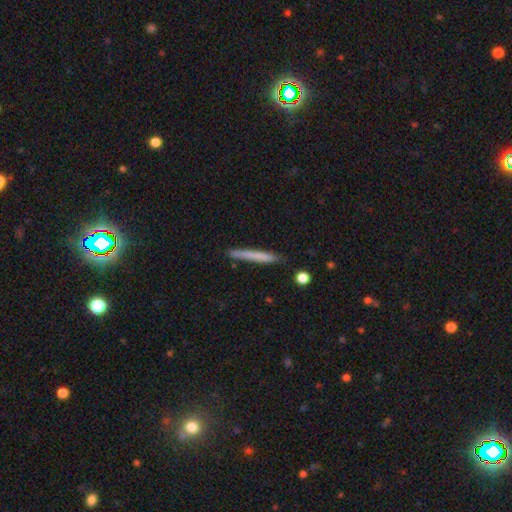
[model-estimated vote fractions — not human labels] Morphology: type=smooth (66%); roundness=cigar-shaped (97%); merging=none (85%).